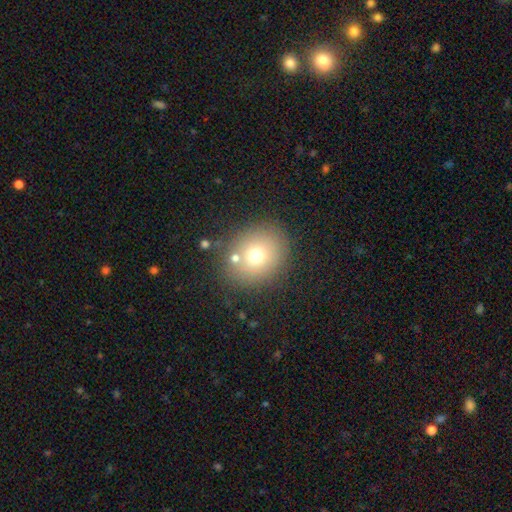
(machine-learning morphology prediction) smooth-or-featured: smooth: 70% | featured or disk: 15% | star or artifact: 15%
  how-rounded: round: 71% | in between: 28% | cigar-shaped: 1%
  merging: none: 79% | minor disturbance: 10% | merger: 7% | major disturbance: 4%